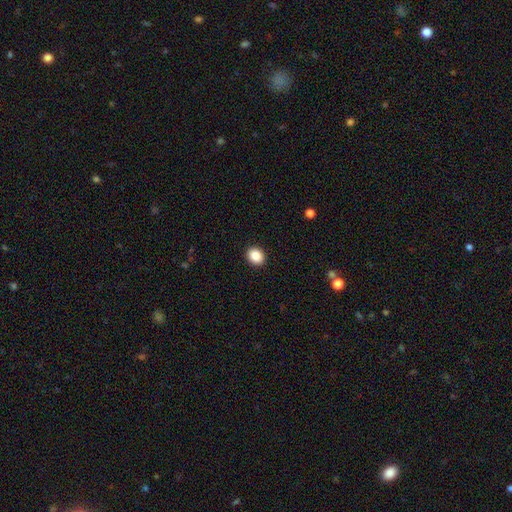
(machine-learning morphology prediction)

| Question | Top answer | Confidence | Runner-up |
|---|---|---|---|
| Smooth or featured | smooth | 88% | star or artifact (9%) |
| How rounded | round | 57% | in between (43%) |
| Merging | none | 92% | minor disturbance (5%) |